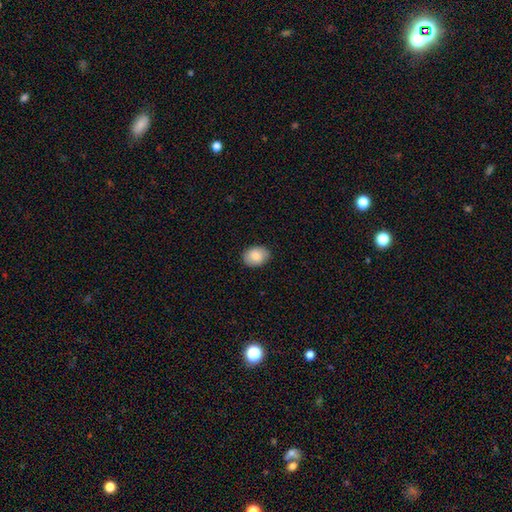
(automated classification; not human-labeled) A smooth galaxy with no disk features (87%) that is in between round and cigar-shaped (68%). Merging: none (86%).